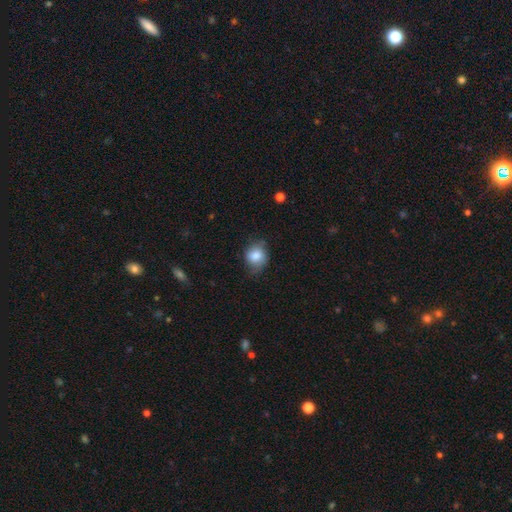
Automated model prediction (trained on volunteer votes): Smooth or featured? smooth (79%)
How rounded? round (60%)
Merging? none (60%)